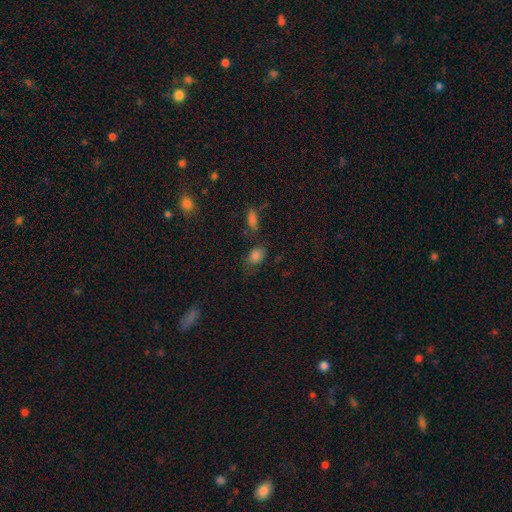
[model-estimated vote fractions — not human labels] Smooth or featured? Predicted: smooth (p=0.81). How rounded? Predicted: in between (p=0.76). Merging? Predicted: none (p=0.61).